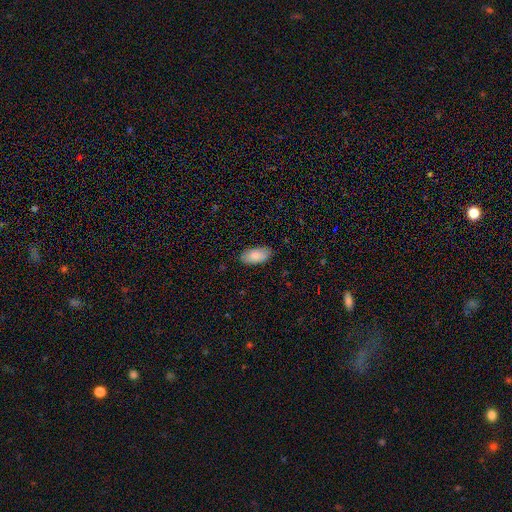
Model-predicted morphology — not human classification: A smooth galaxy with no disk features (85%) that is in between round and cigar-shaped (94%).

Vote fractions:
- Smooth or featured? smooth: 85% / featured or disk: 9% / star or artifact: 6%
- How rounded? in between: 94% / cigar-shaped: 4% / round: 2%
- Merging? none: 85% / minor disturbance: 12% / major disturbance: 2% / merger: 1%